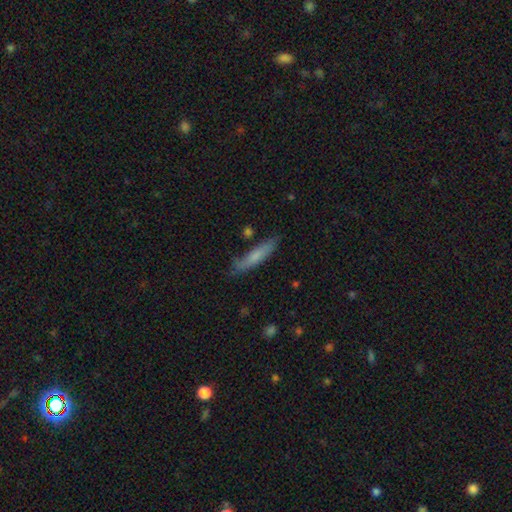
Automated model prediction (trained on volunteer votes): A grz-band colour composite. It shows a smooth galaxy with no disk features (67%) that is cigar-shaped (88%). Merging: none (74%).